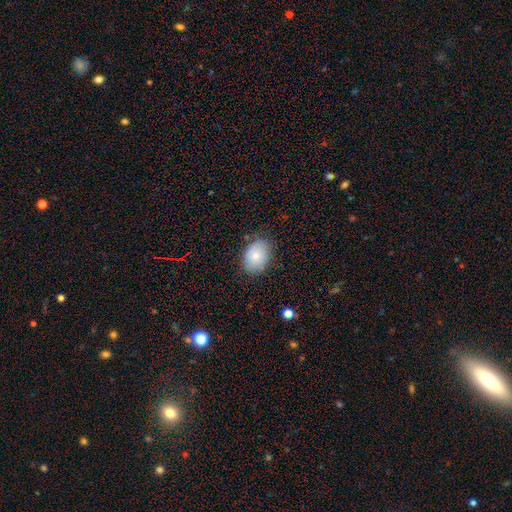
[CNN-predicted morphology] smooth 80%, featured or disk 13%, star or artifact 8%. Down the decision tree: how rounded — in between (76%); merging — none (77%).